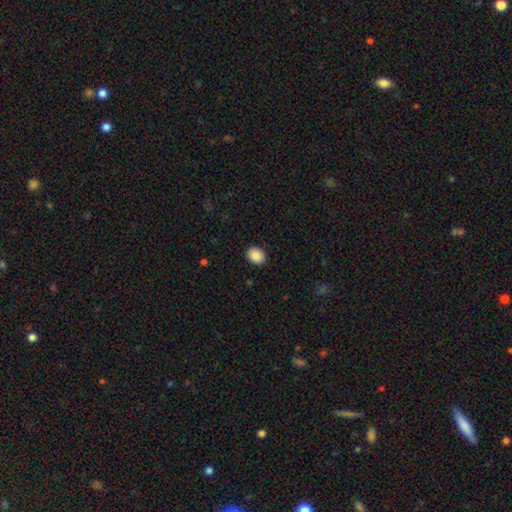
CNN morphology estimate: smooth 88%, star or artifact 8%, featured or disk 4%. Down the decision tree: how rounded — round (56%); merging — none (90%).